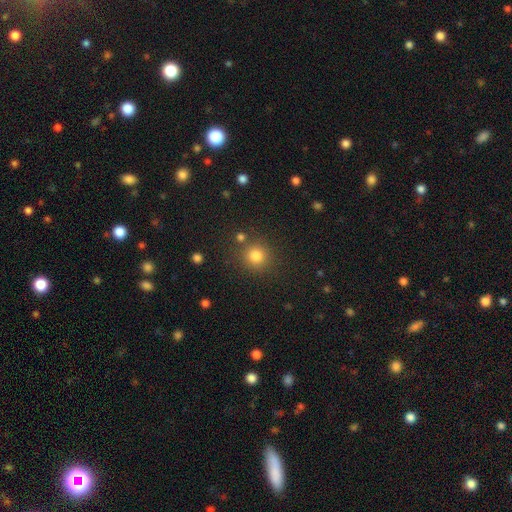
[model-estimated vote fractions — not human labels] This appears to be a smooth galaxy with no disk features (81%) that is round (91%). Merging: none (81%).